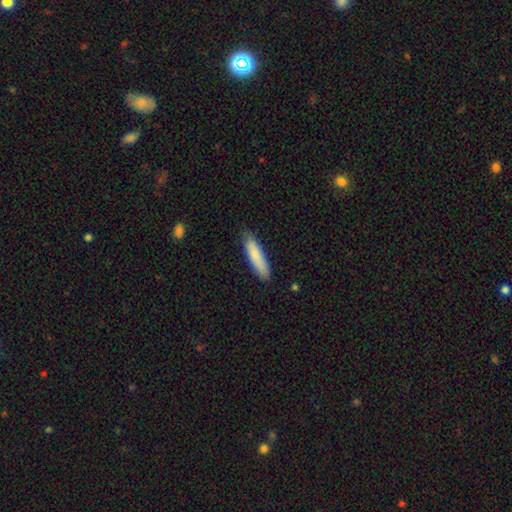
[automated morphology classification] This appears to be a smooth galaxy with no disk features (81%) that is cigar-shaped (74%). Merging: none (81%).